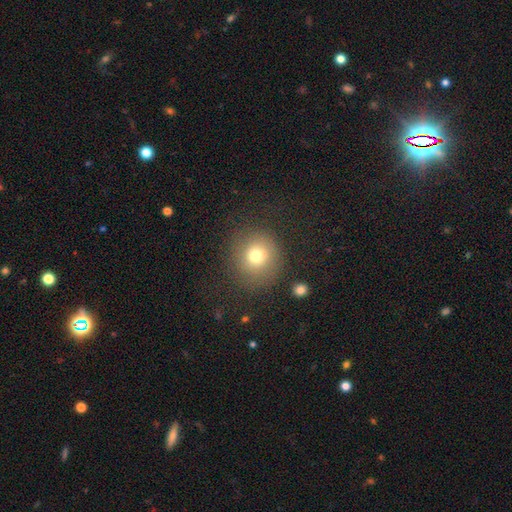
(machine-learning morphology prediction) Overall: smooth (73%). How rounded: round (89%). Merging: none (79%).